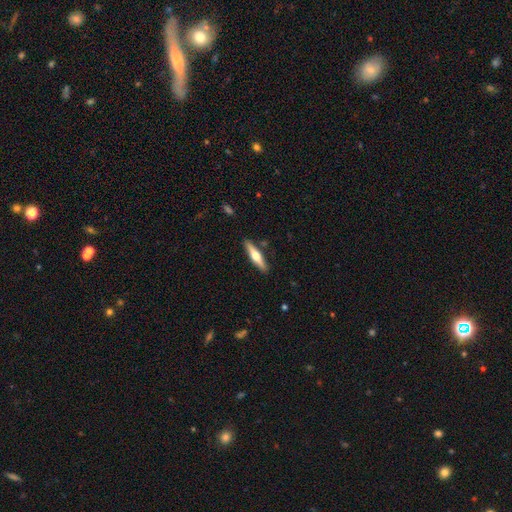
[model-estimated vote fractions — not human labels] Smooth or featured? Predicted: featured or disk (p=0.54). Edge-on disk? Predicted: yes (p=0.95). Edge-on bulge? Predicted: rounded (p=0.93). Merging? Predicted: none (p=0.88).